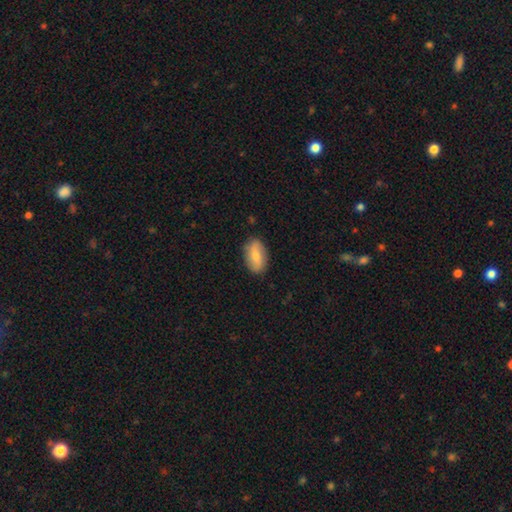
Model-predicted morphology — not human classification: A smooth galaxy with no disk features (70%) that is in between round and cigar-shaped (91%). Merging: none (84%).